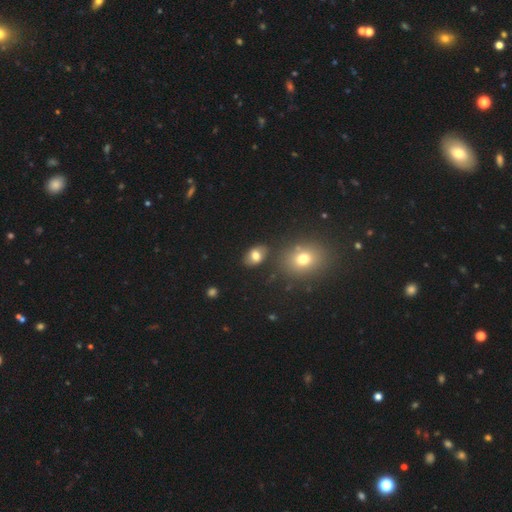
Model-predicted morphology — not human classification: smooth 76%, featured or disk 14%, star or artifact 10%. Down the decision tree: how rounded — in between (80%); merging — none (80%).